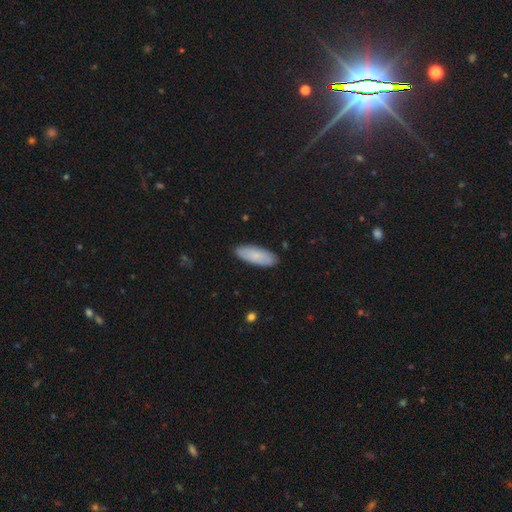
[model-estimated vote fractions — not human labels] The model was most divided on "how rounded": in between: 74%, cigar-shaped: 24%, round: 2%. More confident: merging — none (88%); smooth or featured — smooth (81%).